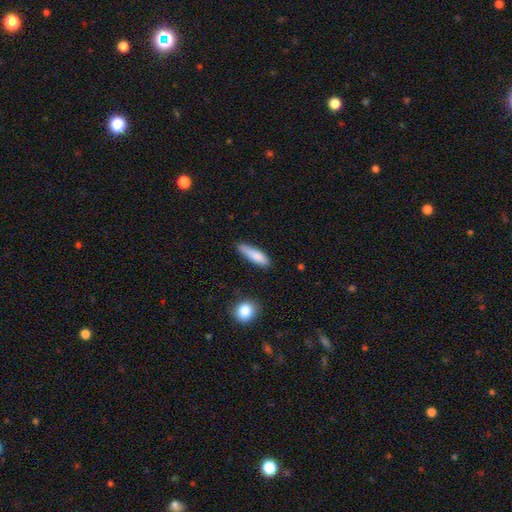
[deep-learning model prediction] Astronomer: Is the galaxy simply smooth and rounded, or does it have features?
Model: smooth — 82%.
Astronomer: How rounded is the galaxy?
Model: cigar-shaped — 70%.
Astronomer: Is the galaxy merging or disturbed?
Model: none — 71%.